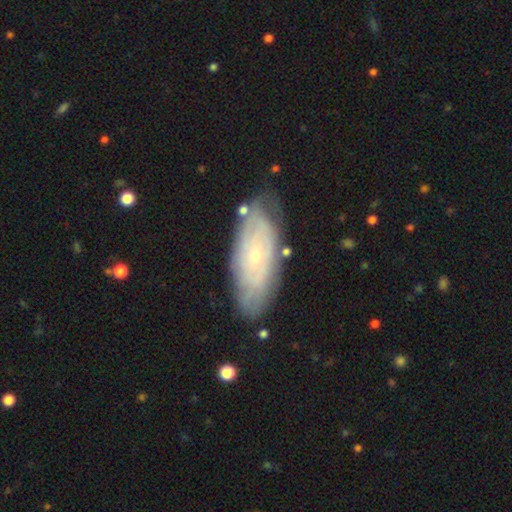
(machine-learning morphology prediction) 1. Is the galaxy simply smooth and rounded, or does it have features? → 64% featured or disk, 29% smooth, 7% star or artifact.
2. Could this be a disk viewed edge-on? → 87% no, 13% yes.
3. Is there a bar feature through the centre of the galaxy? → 81% no, 16% weak, 3% strong.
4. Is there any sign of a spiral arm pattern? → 74% yes, 26% no.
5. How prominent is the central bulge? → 79% small, 17% moderate, 2% none, 1% large, 1% dominant.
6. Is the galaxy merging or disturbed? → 74% none, 19% minor disturbance, 4% major disturbance, 2% merger.